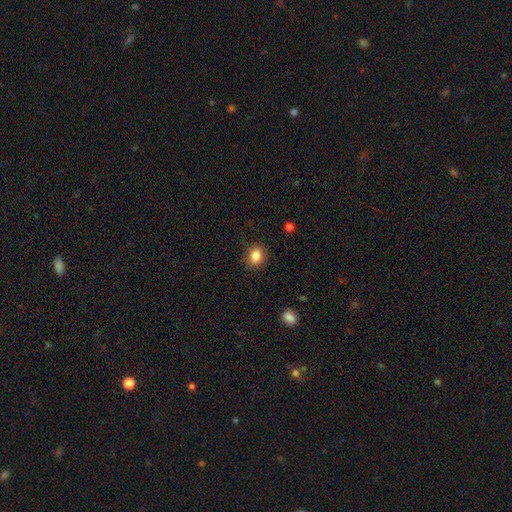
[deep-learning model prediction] Q: Smooth or featured?
A: smooth (85%); runner-up: star or artifact (9%)
Q: How rounded?
A: in between (54%); runner-up: round (45%)
Q: Merging?
A: none (86%); runner-up: minor disturbance (10%)